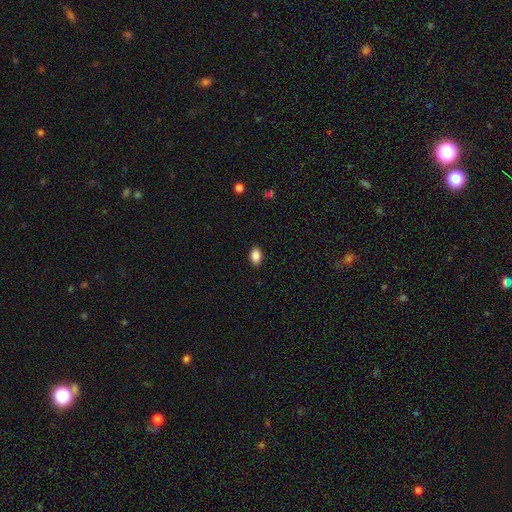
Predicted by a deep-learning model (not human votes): smooth-or-featured: smooth: 87% | star or artifact: 8% | featured or disk: 5%
  how-rounded: in between: 85% | round: 13% | cigar-shaped: 1%
  merging: none: 89% | minor disturbance: 8% | major disturbance: 2% | merger: 1%